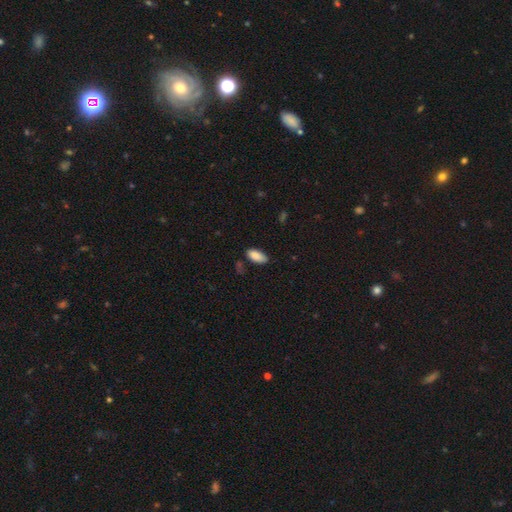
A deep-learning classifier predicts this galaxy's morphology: smooth-or-featured: smooth: 88% | star or artifact: 7% | featured or disk: 5%
  how-rounded: in between: 91% | cigar-shaped: 8% | round: 2%
  merging: none: 74% | minor disturbance: 19% | major disturbance: 3% | merger: 3%